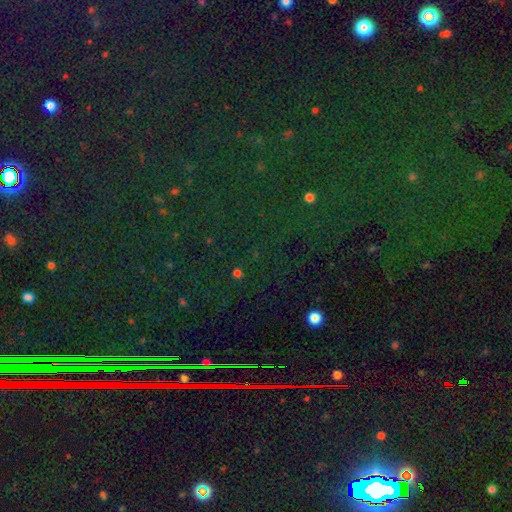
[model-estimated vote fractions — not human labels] Q: Smooth or featured?
A: star or artifact (82%); runner-up: smooth (10%)